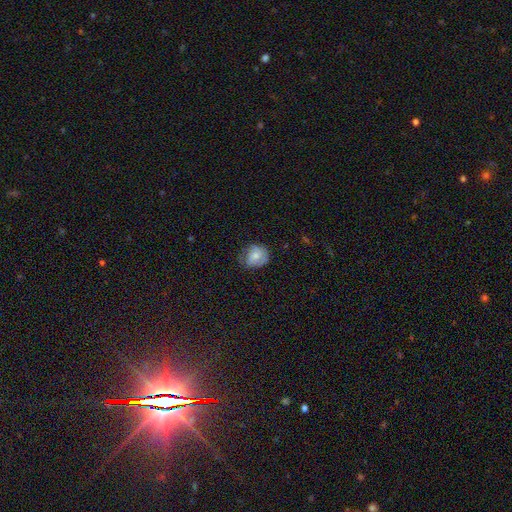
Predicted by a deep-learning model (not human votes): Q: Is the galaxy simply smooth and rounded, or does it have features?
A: smooth — 60%.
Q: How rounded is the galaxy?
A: round — 66%.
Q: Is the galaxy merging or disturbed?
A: none — 59%.